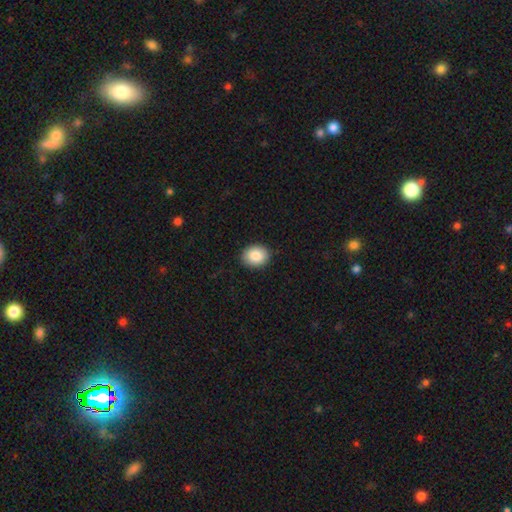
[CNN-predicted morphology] A smooth galaxy with no disk features (86%) that is in between round and cigar-shaped (50%).

Vote fractions:
- Smooth or featured? smooth: 86% / star or artifact: 8% / featured or disk: 6%
- How rounded? in between: 50% / round: 49% / cigar-shaped: 1%
- Merging? none: 90% / minor disturbance: 8% / major disturbance: 2% / merger: 1%